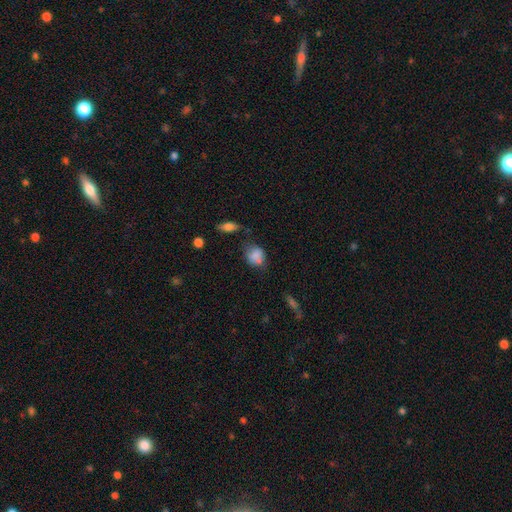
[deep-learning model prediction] This appears to be a smooth galaxy with no disk features (81%) that is round (59%). Merging: none (51%).